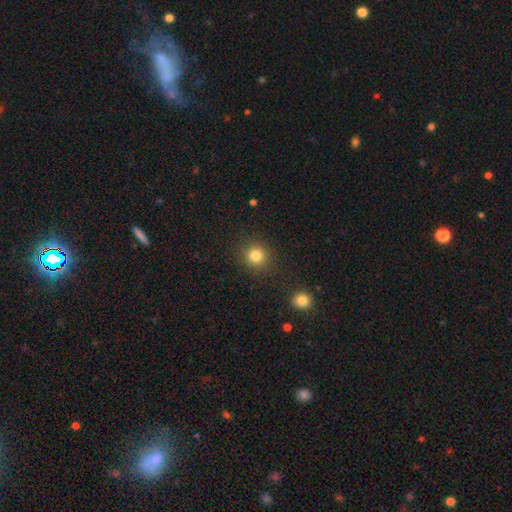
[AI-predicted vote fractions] Smooth or featured? Predicted: smooth (p=0.82). How rounded? Predicted: round (p=0.91). Merging? Predicted: none (p=0.88).